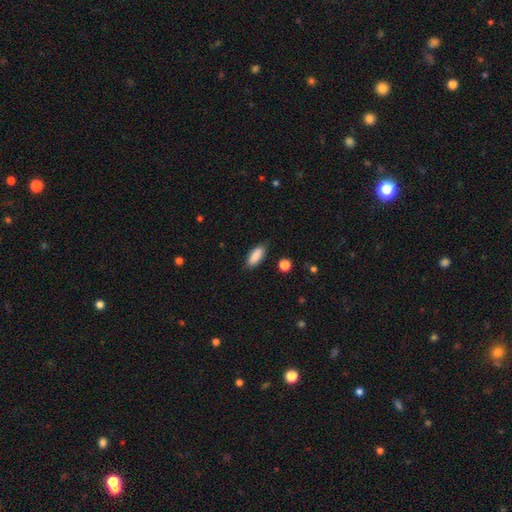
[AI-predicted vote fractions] A smooth galaxy with no disk features (89%) that is in between round and cigar-shaped (77%).

Vote fractions:
- Smooth or featured? smooth: 89% / star or artifact: 7% / featured or disk: 5%
- How rounded? in between: 77% / cigar-shaped: 21% / round: 2%
- Merging? none: 86% / minor disturbance: 10% / major disturbance: 2% / merger: 1%